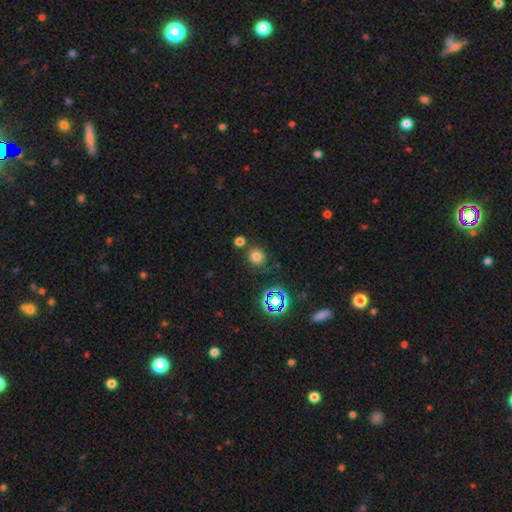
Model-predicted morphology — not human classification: A smooth galaxy with no disk features (71%) that is round (86%).

Vote fractions:
- Smooth or featured? smooth: 71% / star or artifact: 23% / featured or disk: 6%
- How rounded? round: 86% / in between: 13% / cigar-shaped: 1%
- Merging? none: 78% / merger: 10% / minor disturbance: 9% / major disturbance: 3%